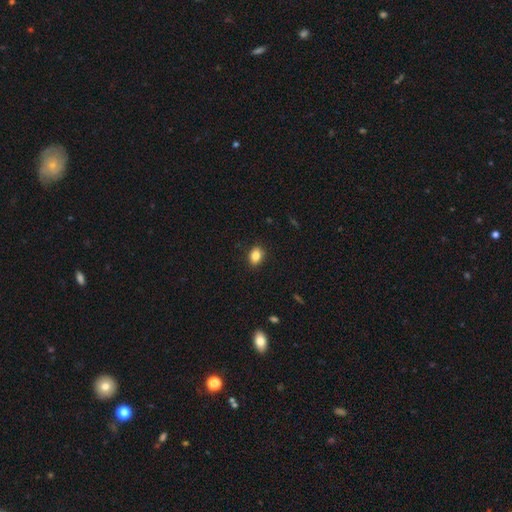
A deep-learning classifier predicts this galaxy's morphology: This appears to be a smooth galaxy with no disk features (84%) that is in between round and cigar-shaped (74%). Merging: none (88%).